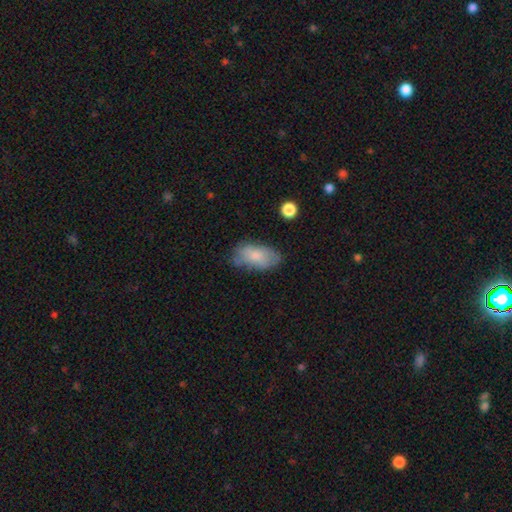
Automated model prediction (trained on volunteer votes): smooth 76%, featured or disk 17%, star or artifact 7%. Down the decision tree: how rounded — in between (93%); merging — none (63%).